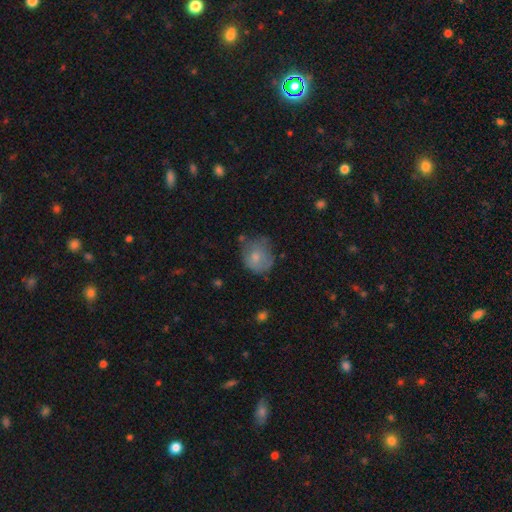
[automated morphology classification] Smooth or featured?
  - smooth: 66% *
  - featured or disk: 22%
  - star or artifact: 12%
How rounded?
  - round: 74% *
  - in between: 25%
  - cigar-shaped: 1%
Merging?
  - none: 59% *
  - minor disturbance: 29%
  - major disturbance: 10%
  - merger: 3%